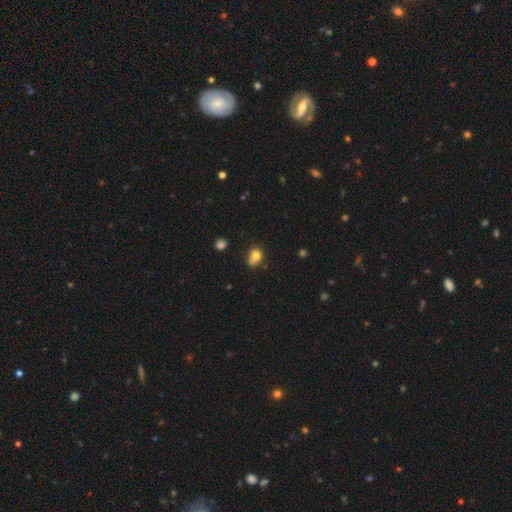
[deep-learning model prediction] This appears to be a smooth galaxy with no disk features (77%) that is in between round and cigar-shaped (52%). Merging: none (43%).